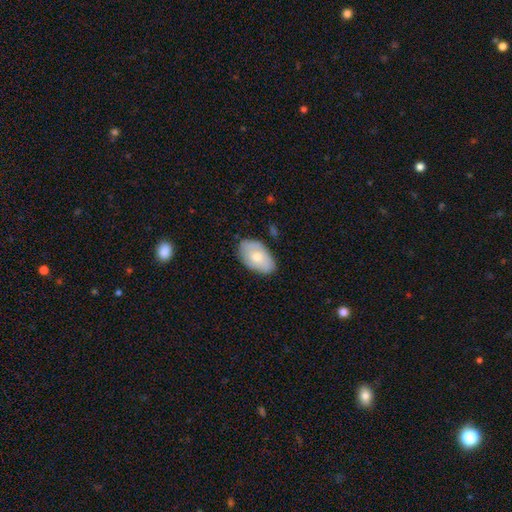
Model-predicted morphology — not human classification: A smooth galaxy with no disk features (67%) that is in between round and cigar-shaped (93%). Merging: none (76%).